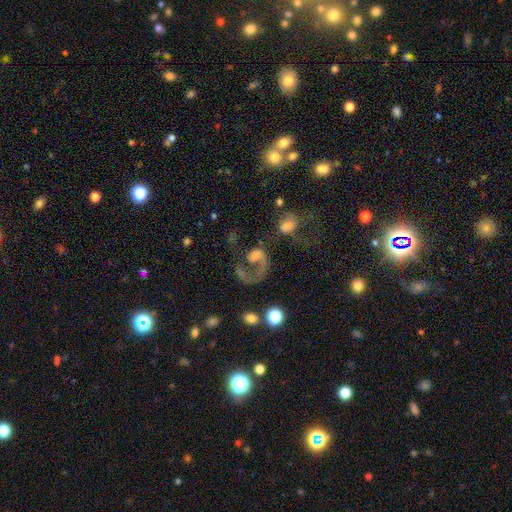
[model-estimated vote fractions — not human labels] This appears to be a featured or disk galaxy (58%) with no bar (74%), spiral arms (67%) and a moderate central bulge (31%). Merging: major disturbance (44%).